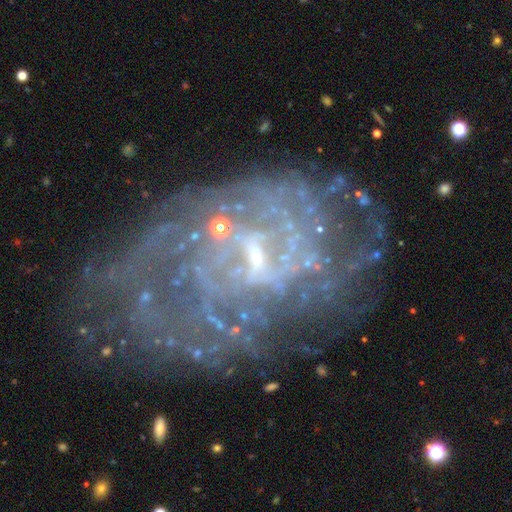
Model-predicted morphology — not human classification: This is clearly a featured or disk galaxy (81%). It is clearly not viewed edge-on (97%). Bar: possibly weak (51%). Spiral arm pattern: clearly yes (87%). Spiral arm count: possibly can't tell (48%). Spiral winding: likely tight (61%). Central bulge: likely small (62%). Merging: likely none (62%).